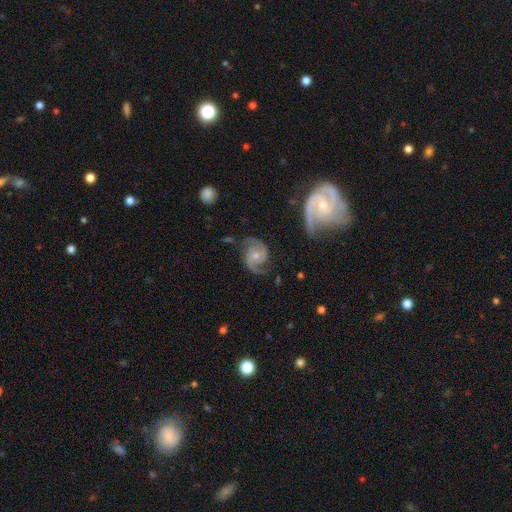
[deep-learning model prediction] Morphology: type=featured or disk (89%); edge-on=no (98%); bar=no (63%); spiral arms=yes (98%); winding=medium (55%); arm count=2 (90%); bulge=moderate (49%); merging=none (72%).